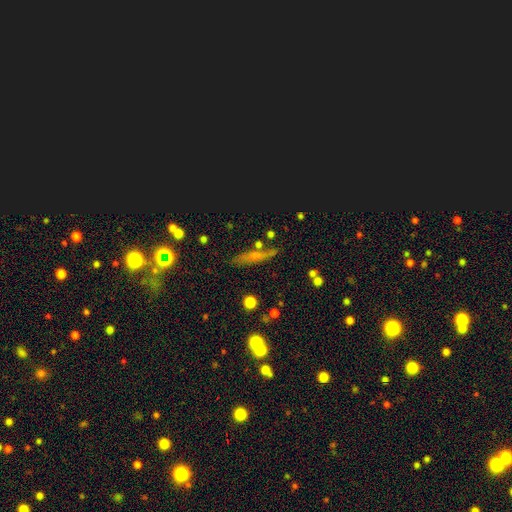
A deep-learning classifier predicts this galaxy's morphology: This appears to be a smooth galaxy with no disk features (51%) that is cigar-shaped (81%). Merging: none (75%).